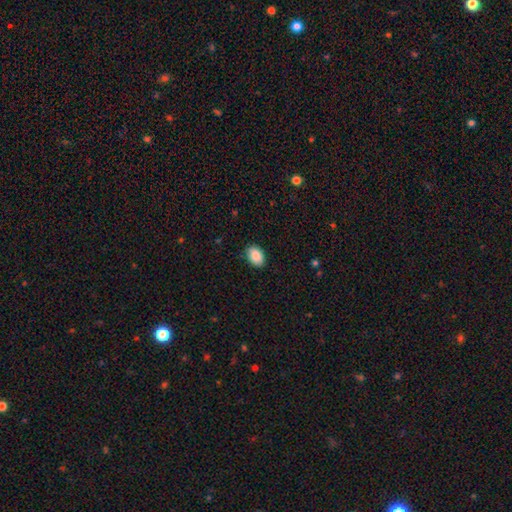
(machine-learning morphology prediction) Smooth or featured?
  - smooth: 89% *
  - star or artifact: 7%
  - featured or disk: 4%
How rounded?
  - in between: 86% *
  - round: 12%
  - cigar-shaped: 1%
Merging?
  - none: 87% *
  - minor disturbance: 10%
  - major disturbance: 2%
  - merger: 1%